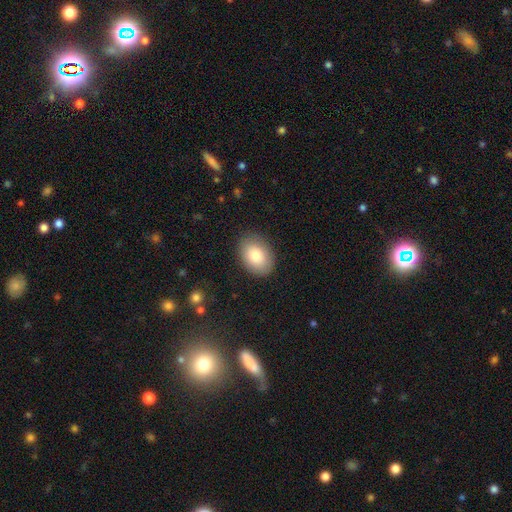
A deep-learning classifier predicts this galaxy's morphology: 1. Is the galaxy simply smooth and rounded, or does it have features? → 82% smooth, 11% featured or disk, 7% star or artifact.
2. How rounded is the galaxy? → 78% in between, 21% round, 1% cigar-shaped.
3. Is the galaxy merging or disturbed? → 87% none, 10% minor disturbance, 3% major disturbance, 1% merger.